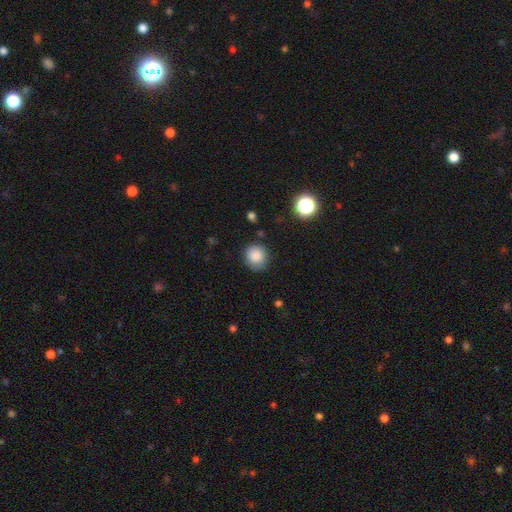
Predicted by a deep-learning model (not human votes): The model was most divided on "merging": none: 80%, minor disturbance: 14%, major disturbance: 3%, merger: 2%. More confident: how rounded — round (87%); smooth or featured — smooth (85%).